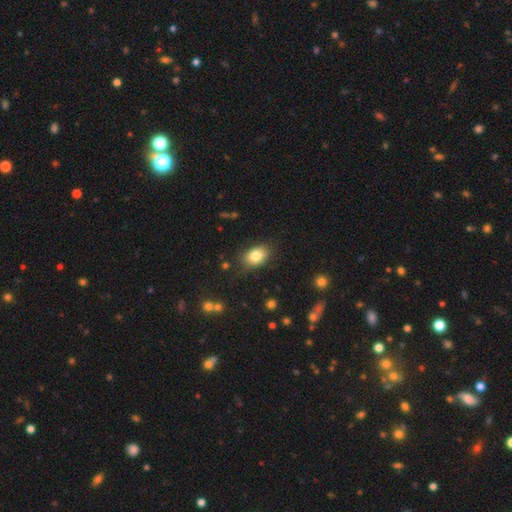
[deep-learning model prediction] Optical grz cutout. It shows a smooth galaxy with no disk features (81%) that is in between round and cigar-shaped (80%). Merging: none (80%).